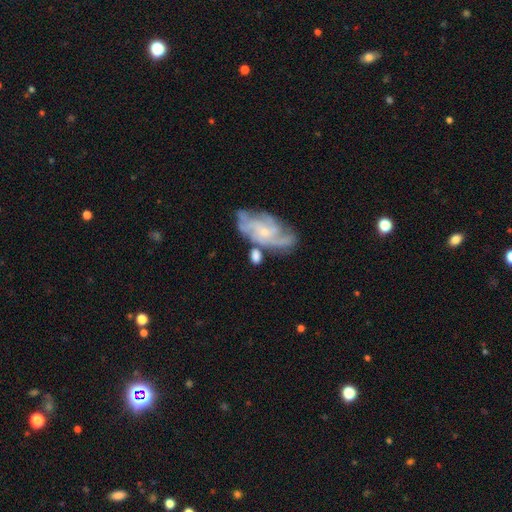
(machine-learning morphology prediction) A featured or disk galaxy (64%) with no bar (66%), 3 (30%) medium (44%) spiral arms (85%) and a small central bulge (66%). Merging: none (51%).